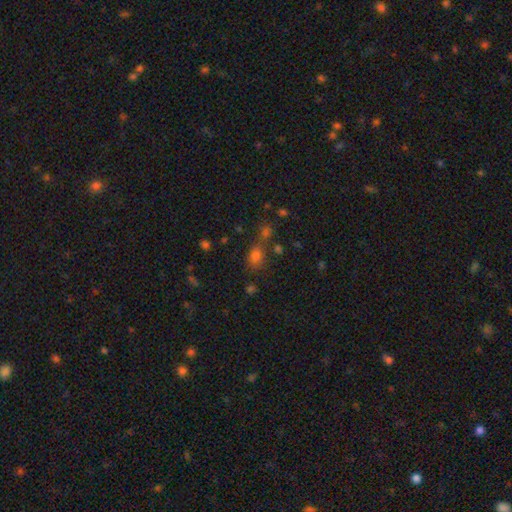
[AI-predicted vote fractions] Morphology: type=smooth (63%); roundness=in between (63%); merging=none (51%).